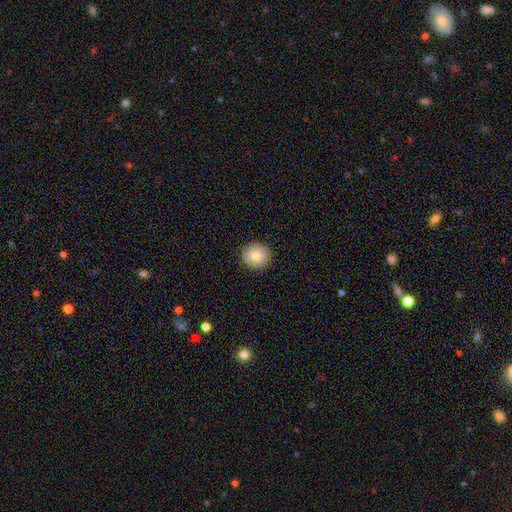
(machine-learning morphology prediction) This appears to be a smooth galaxy with no disk features (78%) that is round (79%). Merging: none (90%).